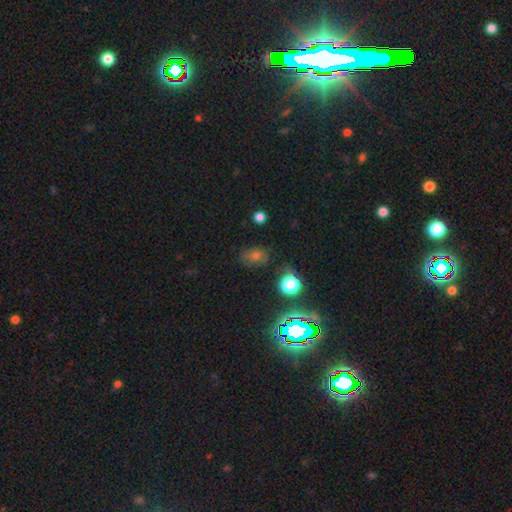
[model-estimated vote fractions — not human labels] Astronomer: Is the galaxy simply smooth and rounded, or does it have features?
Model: smooth — 52% (runner-up: star or artifact, 33%).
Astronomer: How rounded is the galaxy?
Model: in between — 65%.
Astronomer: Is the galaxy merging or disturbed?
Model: none — 70%.